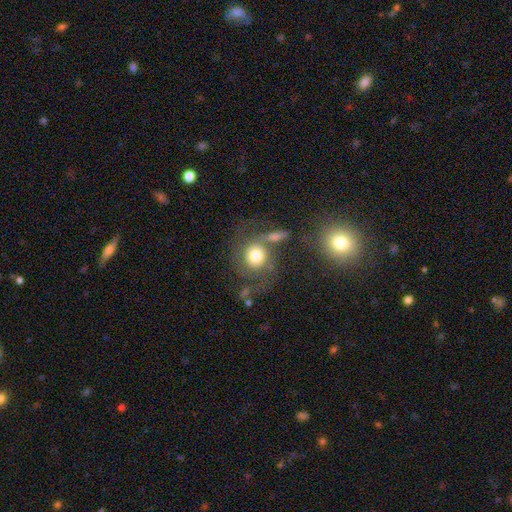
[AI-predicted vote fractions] Q: Smooth or featured?
A: smooth (62%); runner-up: featured or disk (28%)
Q: How rounded?
A: round (81%); runner-up: in between (17%)
Q: Merging?
A: none (46%); runner-up: merger (22%)